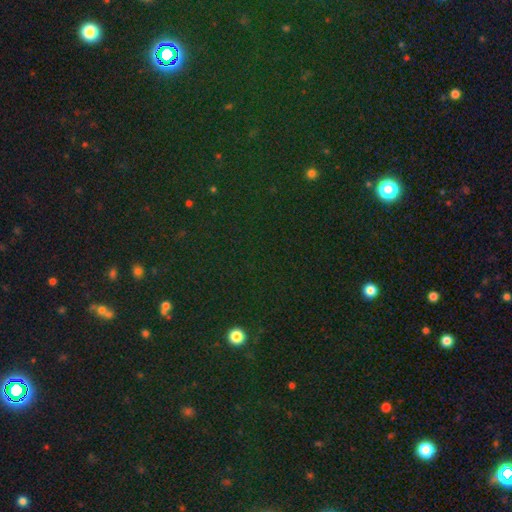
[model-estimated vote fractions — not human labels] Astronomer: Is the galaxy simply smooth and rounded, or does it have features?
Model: star or artifact — 75%.